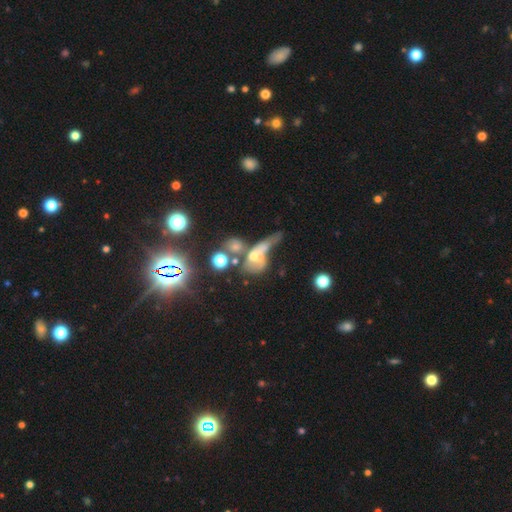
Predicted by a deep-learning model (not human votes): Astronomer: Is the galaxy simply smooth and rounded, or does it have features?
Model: featured or disk — 44% (runner-up: smooth, 38%).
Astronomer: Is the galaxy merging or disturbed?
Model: merger — 52% (runner-up: major disturbance, 28%).